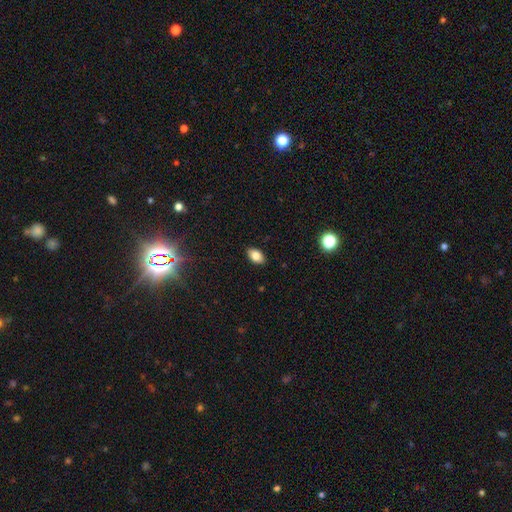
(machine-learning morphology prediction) Overall: smooth (82%). How rounded: in between (91%). Merging: none (88%).